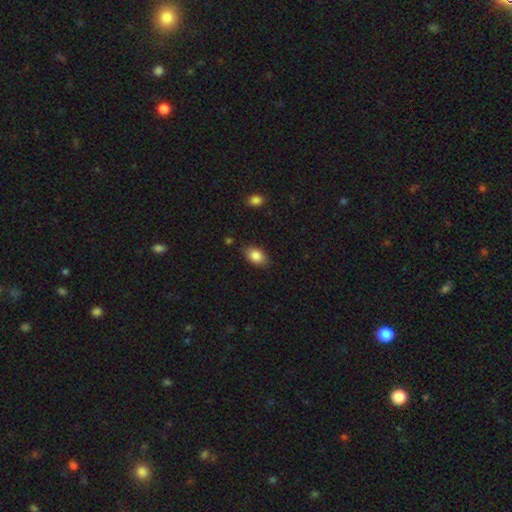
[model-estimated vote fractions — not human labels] smooth-or-featured: smooth: 85% | star or artifact: 8% | featured or disk: 7%
  how-rounded: in between: 86% | round: 13% | cigar-shaped: 2%
  merging: none: 83% | minor disturbance: 13% | major disturbance: 3% | merger: 2%